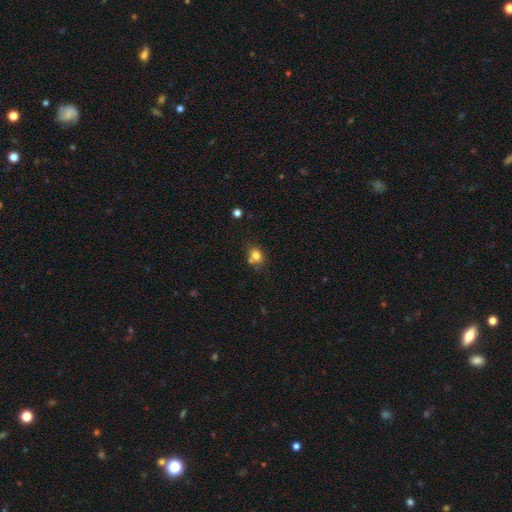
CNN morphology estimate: A smooth galaxy with no disk features (78%) that is round (50%). Merging: none (60%).